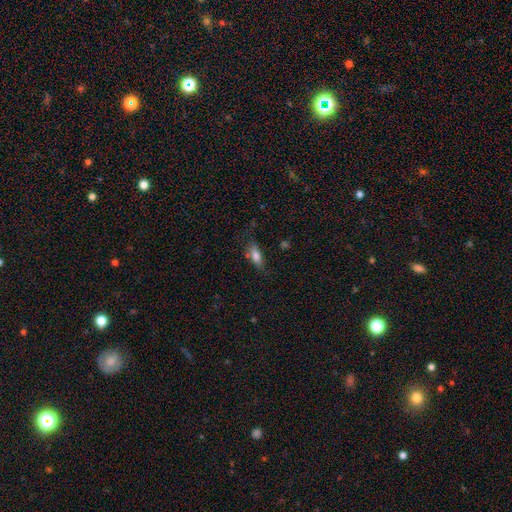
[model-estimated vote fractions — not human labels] The model was most divided on "merging": none: 64%, minor disturbance: 23%, major disturbance: 7%, merger: 6%. More confident: smooth or featured — smooth (77%); how rounded — in between (73%).